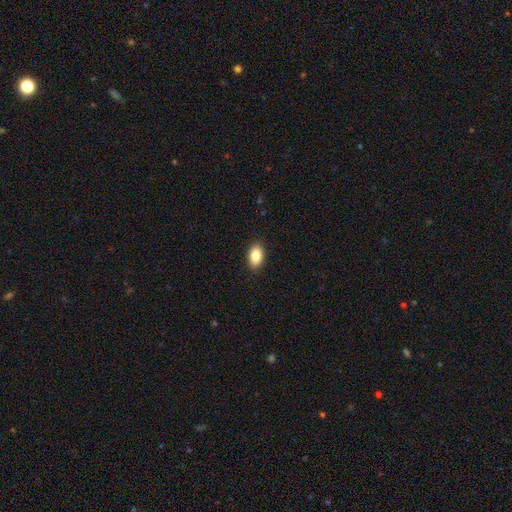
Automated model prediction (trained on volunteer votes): This is clearly a smooth galaxy (86%). How rounded: clearly in between (90%). Merging: clearly none (89%).